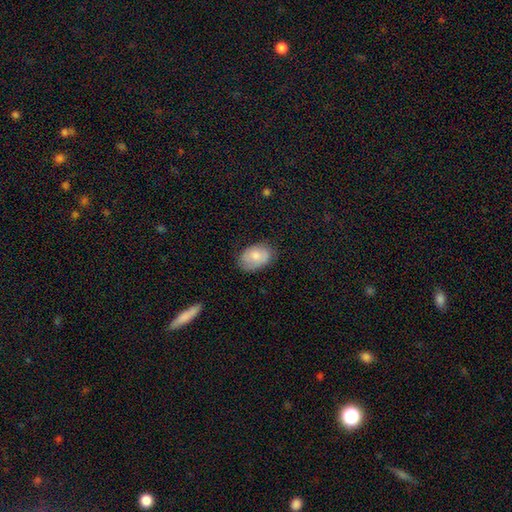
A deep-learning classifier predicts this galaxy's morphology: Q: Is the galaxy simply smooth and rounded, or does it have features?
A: smooth — 77%.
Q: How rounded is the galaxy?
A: in between — 84%.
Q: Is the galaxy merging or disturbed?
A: none — 74%.